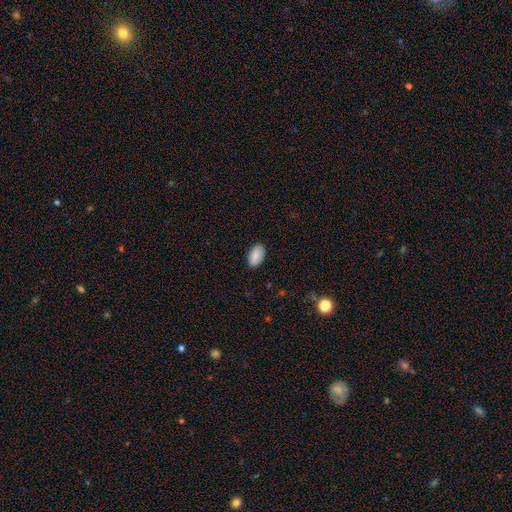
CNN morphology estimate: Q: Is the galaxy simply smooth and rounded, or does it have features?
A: smooth — 86%.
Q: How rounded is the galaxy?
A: in between — 95%.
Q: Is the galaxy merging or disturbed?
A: none — 87%.